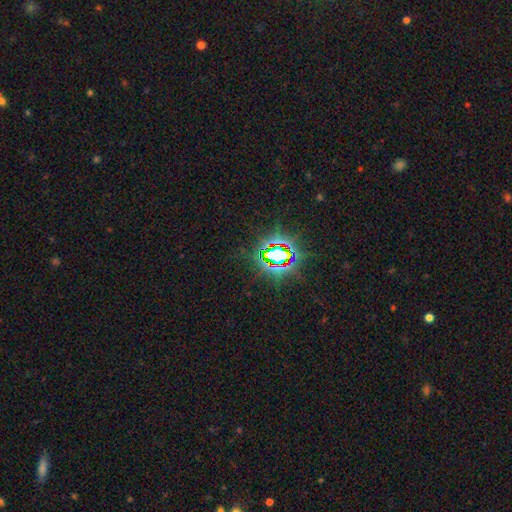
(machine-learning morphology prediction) Smooth or featured? Predicted: star or artifact (p=0.82).